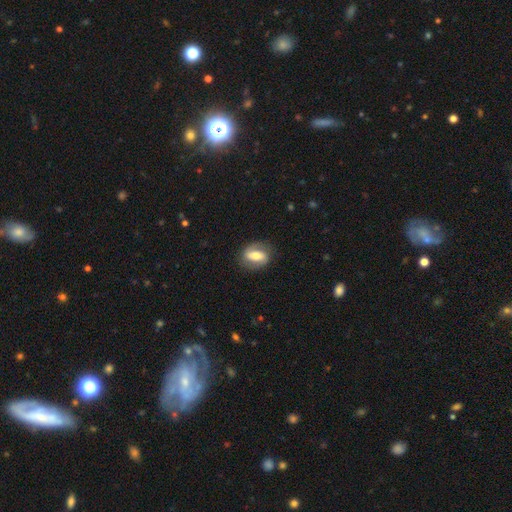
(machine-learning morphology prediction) Smooth or featured? featured or disk (53%)
Edge-on disk? no (88%)
Merging? none (81%)